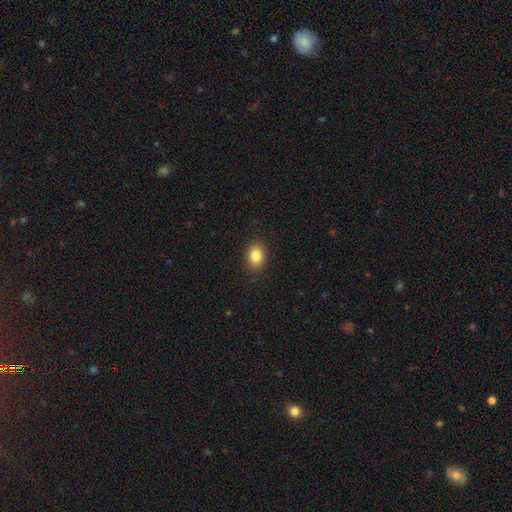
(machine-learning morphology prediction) Overall: smooth (84%). How rounded: in between (67%; round 32%). Merging: none (88%).